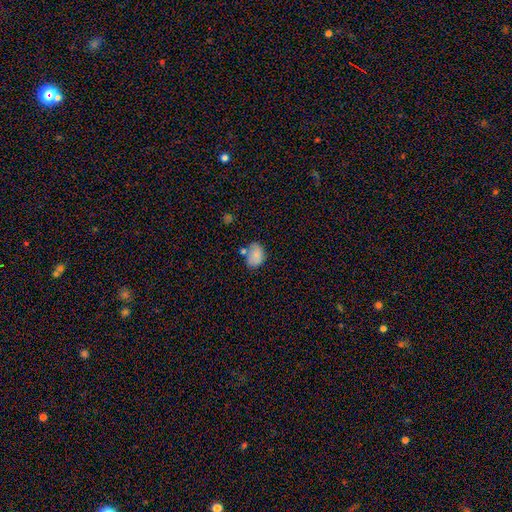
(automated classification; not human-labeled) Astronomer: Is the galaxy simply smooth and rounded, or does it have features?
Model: smooth — 80%.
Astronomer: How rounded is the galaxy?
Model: in between — 77%.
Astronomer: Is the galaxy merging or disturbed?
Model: none — 55%.